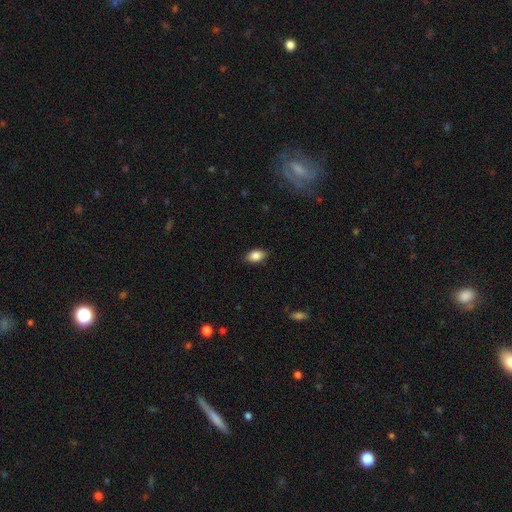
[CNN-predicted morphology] smooth 85%, star or artifact 8%, featured or disk 7%. Down the decision tree: how rounded — in between (89%); merging — none (86%).